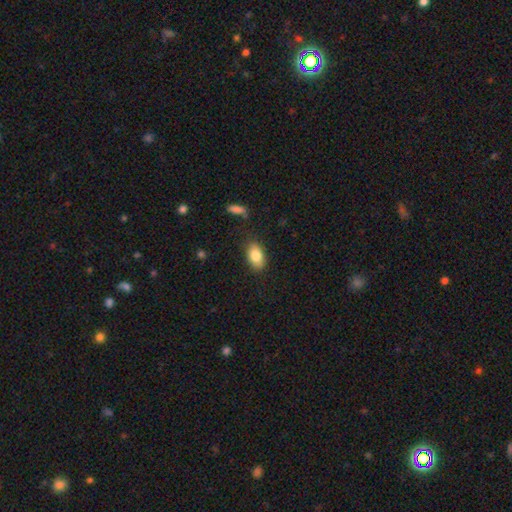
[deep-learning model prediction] This is clearly a smooth galaxy (83%). How rounded: clearly in between (90%). Merging: clearly none (82%).